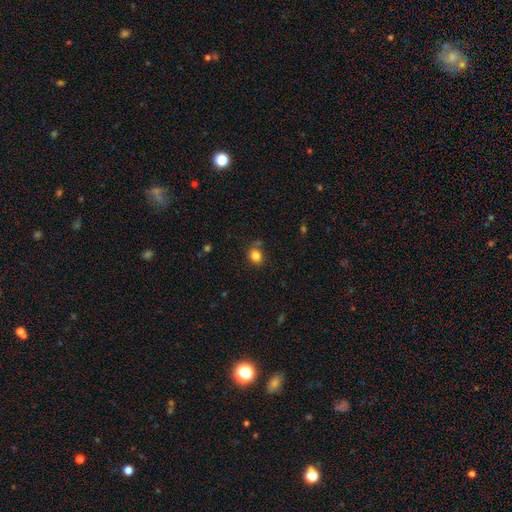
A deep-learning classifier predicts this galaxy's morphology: This appears to be a smooth galaxy with no disk features (83%) that is round (60%). Merging: none (75%).